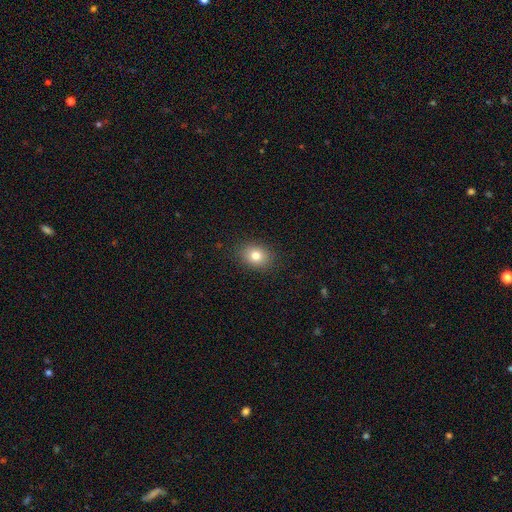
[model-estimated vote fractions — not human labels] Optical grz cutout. It shows a smooth galaxy with no disk features (80%) that is in between round and cigar-shaped (58%). Merging: none (88%).